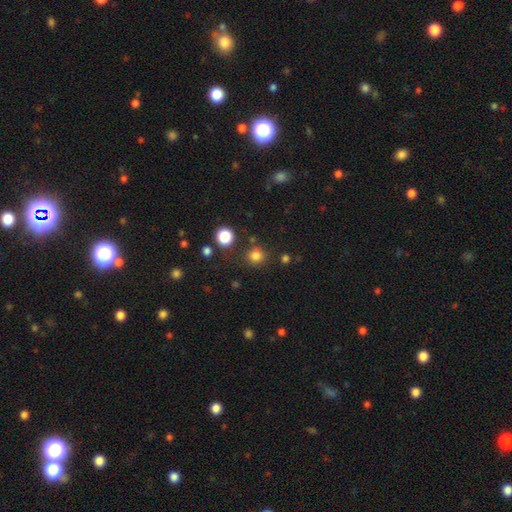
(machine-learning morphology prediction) Overall: smooth (81%). How rounded: round (91%). Merging: none (83%).